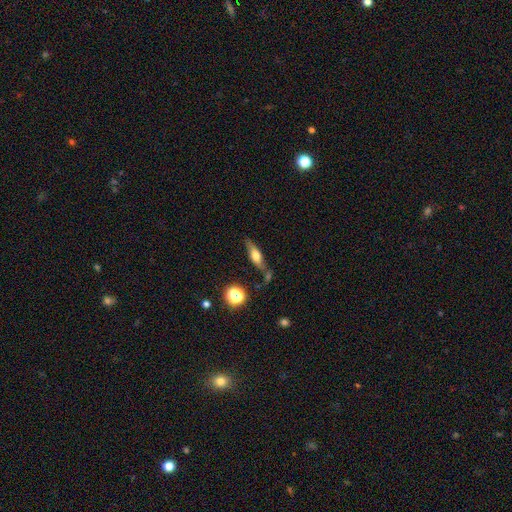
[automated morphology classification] A featured or disk galaxy (45%, tied with smooth). Merging: none (66%).